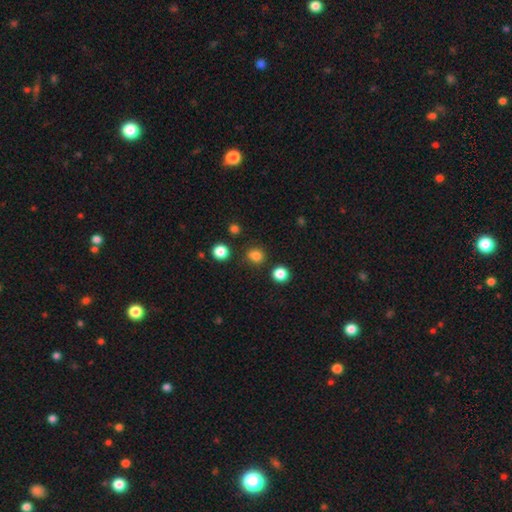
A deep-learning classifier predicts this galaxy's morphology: Smooth or featured? smooth (81%)
How rounded? round (72%)
Merging? none (81%)